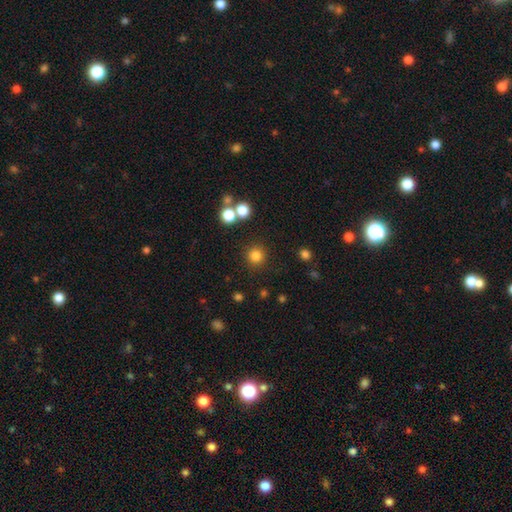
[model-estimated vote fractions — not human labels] A smooth galaxy with no disk features (81%) that is round (95%).

Vote fractions:
- Smooth or featured? smooth: 81% / star or artifact: 15% / featured or disk: 5%
- How rounded? round: 95% / in between: 4% / cigar-shaped: 1%
- Merging? none: 88% / minor disturbance: 6% / merger: 3% / major disturbance: 3%